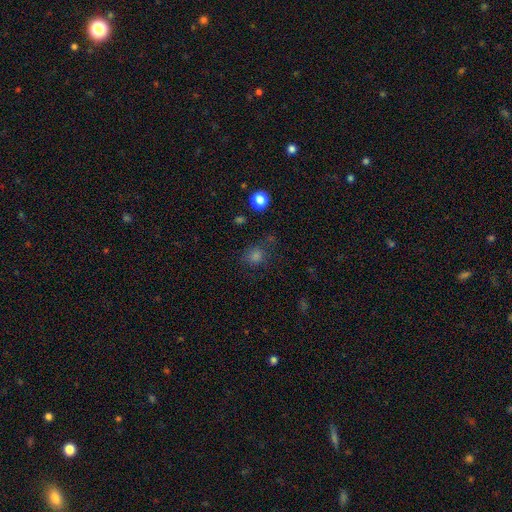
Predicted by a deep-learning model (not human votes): Smooth or featured? Predicted: smooth (p=0.69). How rounded? Predicted: round (p=0.75). Merging? Predicted: none (p=0.72).